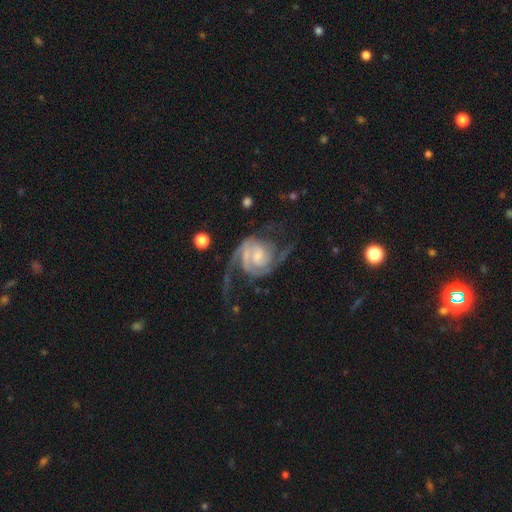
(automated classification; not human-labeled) smooth-or-featured: featured or disk: 89% | smooth: 6% | star or artifact: 5%
  disk-edge-on: no: 98% | yes: 2%
    bar: no: 51% | weak: 38% | strong: 11%
    has-spiral-arms: yes: 97% | no: 3%
      spiral-winding: medium: 46% | loose: 27% | tight: 27%
      spiral-arm-count: 2: 73% | 3: 10% | can't tell: 7% | 1: 5% | 4: 3% | more than 4: 3%
    bulge-size: small: 50% | moderate: 31% | none: 10% | large: 7% | dominant: 2%
  merging: none: 50% | major disturbance: 29% | minor disturbance: 17% | merger: 4%